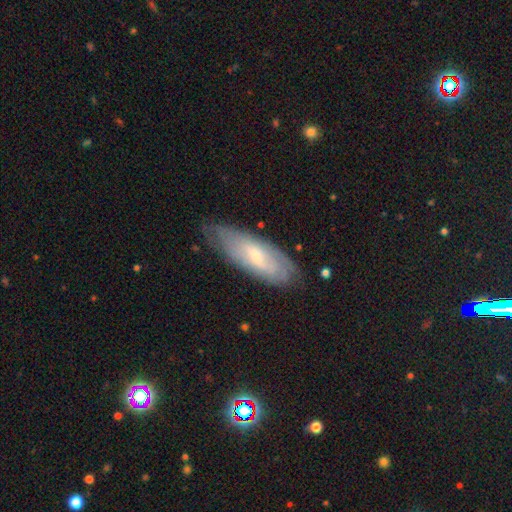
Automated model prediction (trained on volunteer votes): Smooth or featured: featured or disk — 50% (smooth — 43%)
Edge-on disk: no — 77% (yes — 23%)
Merging: none — 68% (minor disturbance — 25%)